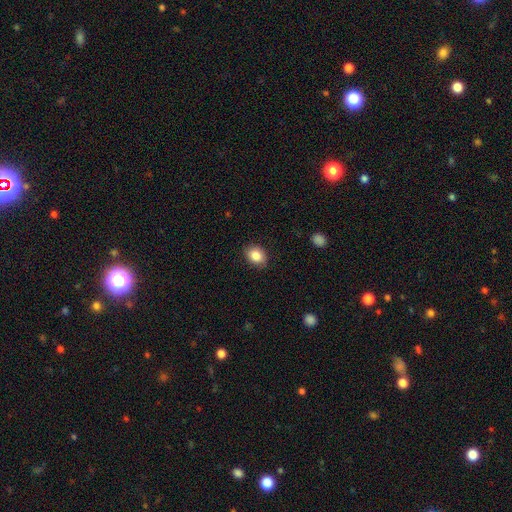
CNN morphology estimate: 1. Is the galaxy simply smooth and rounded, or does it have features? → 86% smooth, 8% star or artifact, 6% featured or disk.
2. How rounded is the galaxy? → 58% in between, 41% round, 1% cigar-shaped.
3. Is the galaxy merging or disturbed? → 87% none, 10% minor disturbance, 2% major disturbance, 1% merger.